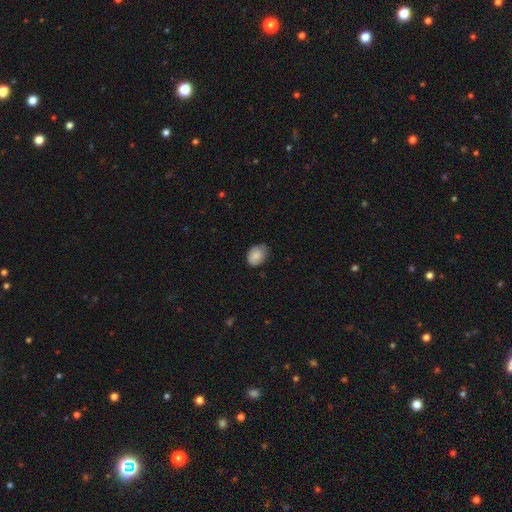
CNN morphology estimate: Smooth or featured? Predicted: smooth (p=0.85). How rounded? Predicted: in between (p=0.68). Merging? Predicted: none (p=0.64).